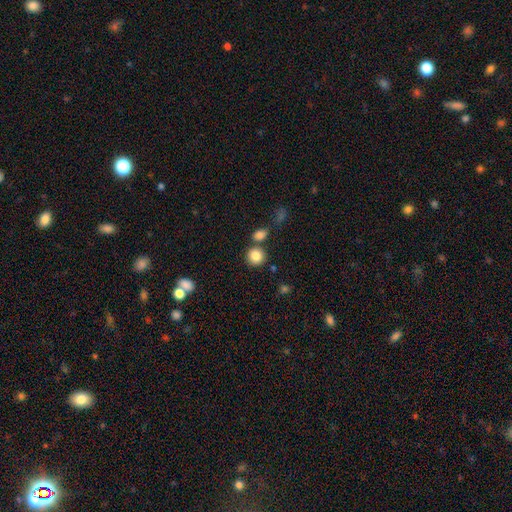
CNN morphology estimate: Smooth or featured?
  - smooth: 84% *
  - star or artifact: 9%
  - featured or disk: 6%
How rounded?
  - round: 88% *
  - in between: 11%
  - cigar-shaped: 1%
Merging?
  - none: 72% *
  - merger: 16%
  - minor disturbance: 9%
  - major disturbance: 3%